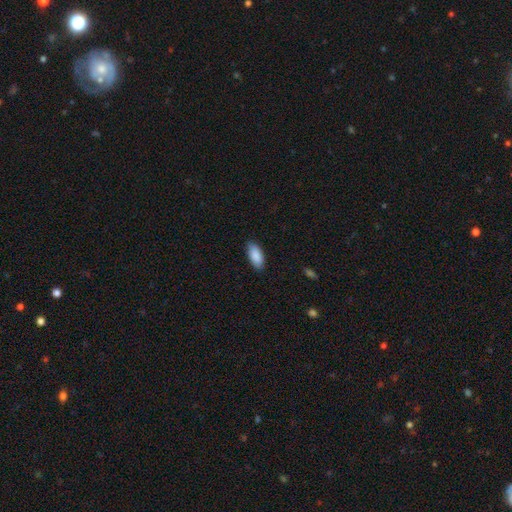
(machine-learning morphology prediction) smooth-or-featured: smooth: 89% | star or artifact: 6% | featured or disk: 6%
  how-rounded: in between: 87% | cigar-shaped: 11% | round: 2%
  merging: none: 82% | minor disturbance: 14% | major disturbance: 2% | merger: 1%